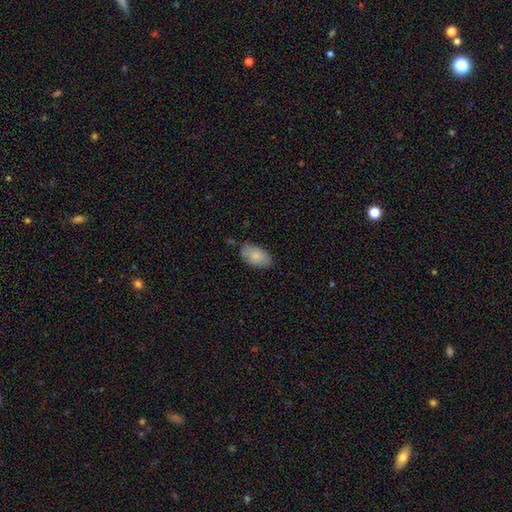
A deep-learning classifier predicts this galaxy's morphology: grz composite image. It shows a smooth galaxy with no disk features (83%) that is in between round and cigar-shaped (93%). Merging: none (80%).